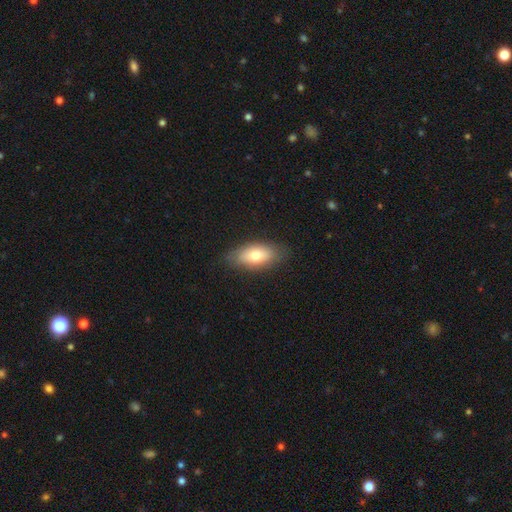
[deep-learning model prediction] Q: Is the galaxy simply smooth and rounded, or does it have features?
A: smooth — 72%.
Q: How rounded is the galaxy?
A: in between — 86%.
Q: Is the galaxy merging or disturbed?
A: none — 83%.